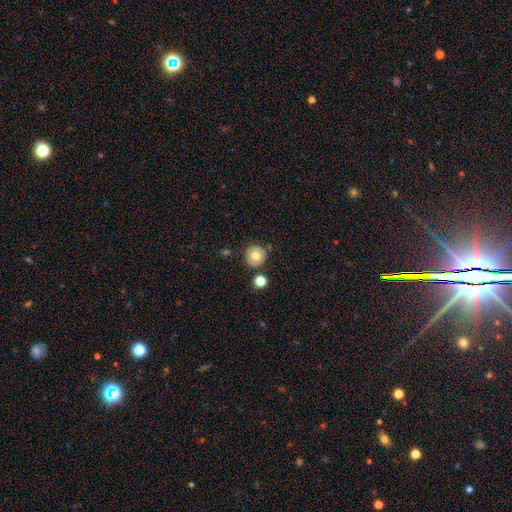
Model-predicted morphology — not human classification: This is likely a smooth galaxy (68%). How rounded: clearly round (91%). Merging: clearly none (81%).